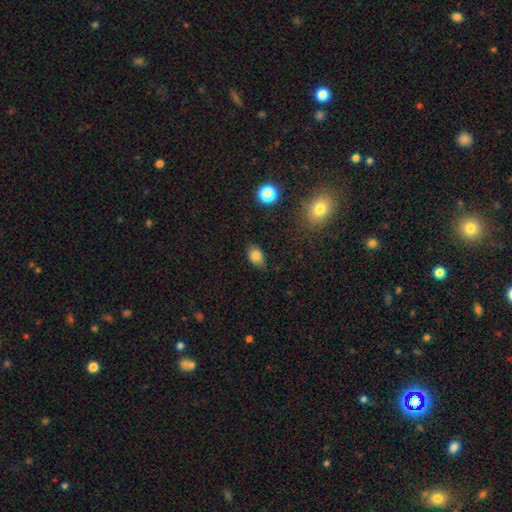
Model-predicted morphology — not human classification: Q: Smooth or featured?
A: smooth (81%); runner-up: star or artifact (11%)
Q: How rounded?
A: in between (82%); runner-up: round (17%)
Q: Merging?
A: none (77%); runner-up: minor disturbance (18%)